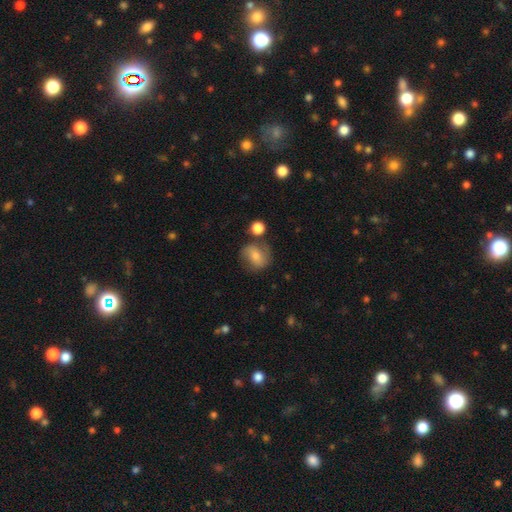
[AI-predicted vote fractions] smooth 59%, featured or disk 33%, star or artifact 9%. Down the decision tree: how rounded — round (60%); merging — none (64%).